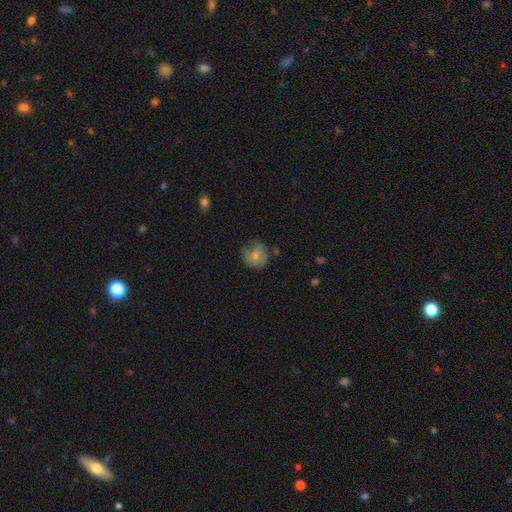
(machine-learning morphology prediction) smooth 66%, featured or disk 26%, star or artifact 8%. Down the decision tree: how rounded — round (78%); merging — none (57%).